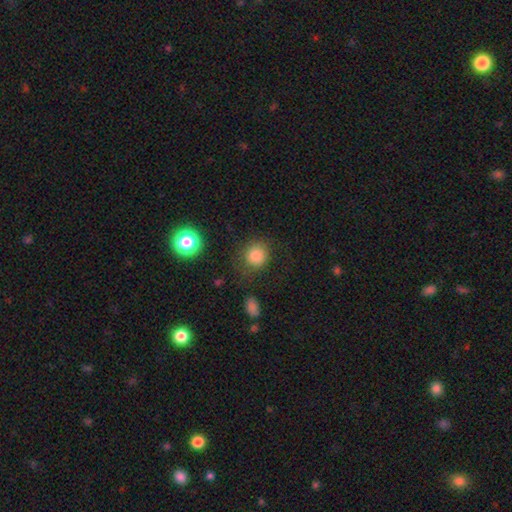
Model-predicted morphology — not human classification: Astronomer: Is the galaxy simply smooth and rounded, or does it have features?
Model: smooth — 82%.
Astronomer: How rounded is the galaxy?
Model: round — 85%.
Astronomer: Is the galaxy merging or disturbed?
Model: none — 75%.